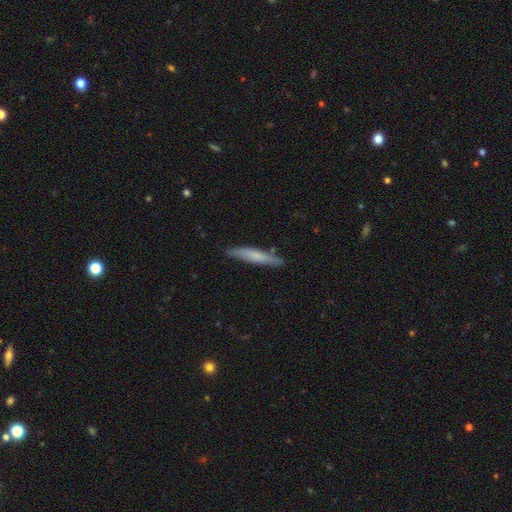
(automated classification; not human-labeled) A smooth galaxy with no disk features (59%) that is cigar-shaped (92%). Merging: none (84%).